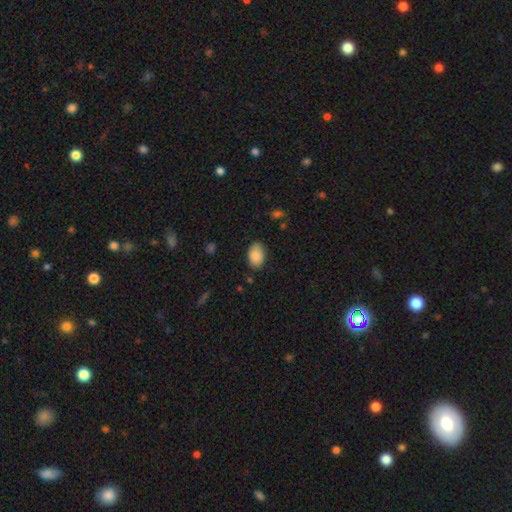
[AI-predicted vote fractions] smooth-or-featured: smooth: 86% | featured or disk: 7% | star or artifact: 7%
  how-rounded: in between: 87% | round: 12% | cigar-shaped: 1%
  merging: none: 80% | minor disturbance: 15% | major disturbance: 3% | merger: 1%